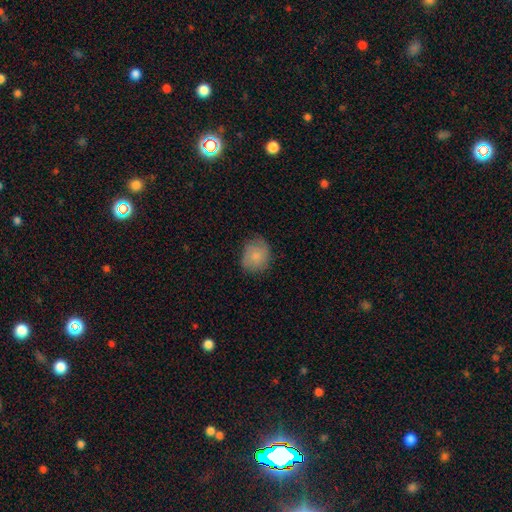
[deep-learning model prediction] Morphology: type=smooth (82%); roundness=round (58%); merging=none (72%).